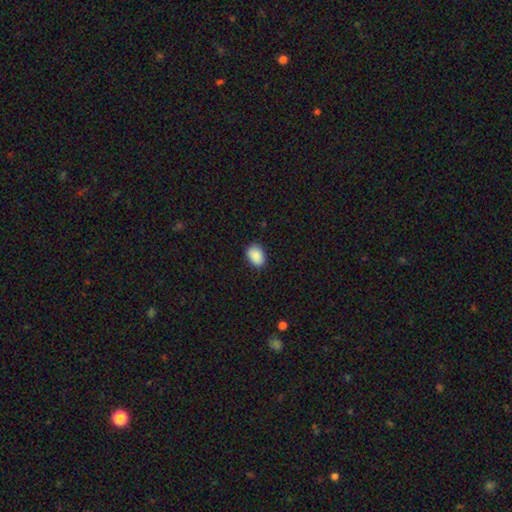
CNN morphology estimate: The model was most divided on "how rounded": in between: 78%, round: 21%, cigar-shaped: 1%. More confident: smooth or featured — smooth (89%); merging — none (84%).